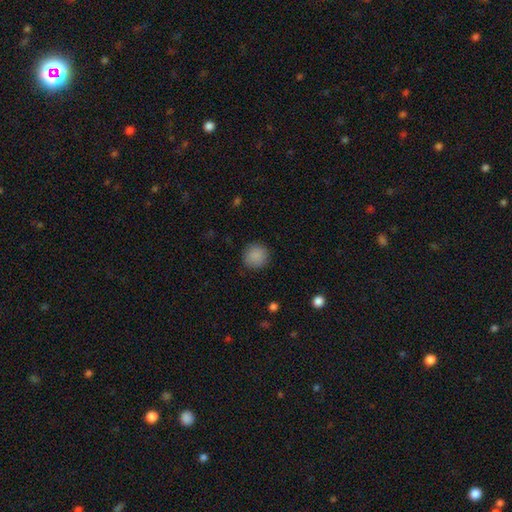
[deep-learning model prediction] This is clearly a smooth galaxy (88%). How rounded: clearly round (93%). Merging: clearly none (89%).